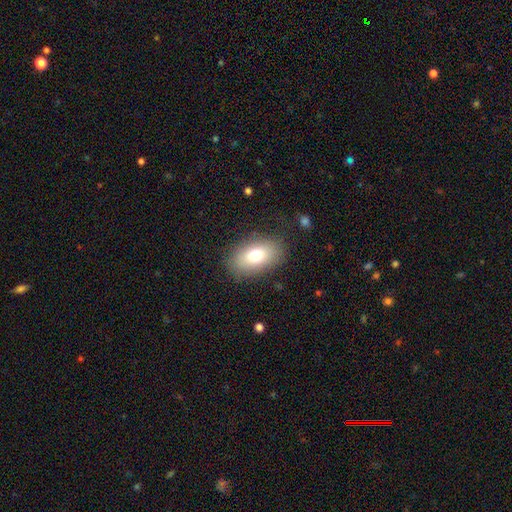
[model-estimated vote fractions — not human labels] Smooth or featured: smooth — 75% (featured or disk — 15%)
How rounded: in between — 89% (round — 9%)
Merging: none — 83% (minor disturbance — 11%)